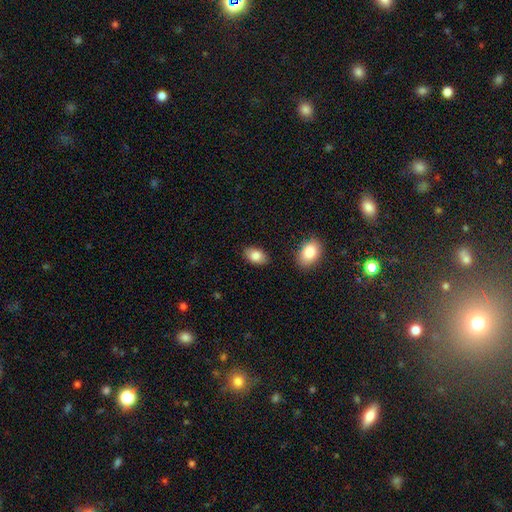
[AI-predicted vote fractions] Q: Smooth or featured?
A: smooth (84%); runner-up: featured or disk (8%)
Q: How rounded?
A: in between (91%); runner-up: round (8%)
Q: Merging?
A: none (85%); runner-up: minor disturbance (10%)